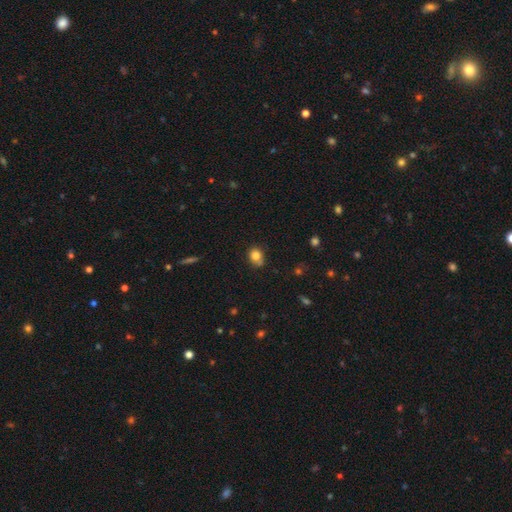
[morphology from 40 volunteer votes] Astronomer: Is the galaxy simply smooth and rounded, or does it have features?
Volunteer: smooth — 88%.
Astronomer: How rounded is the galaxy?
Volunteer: round — 89%.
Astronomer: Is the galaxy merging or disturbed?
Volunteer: none — 55% (runner-up: minor disturbance, 32%).